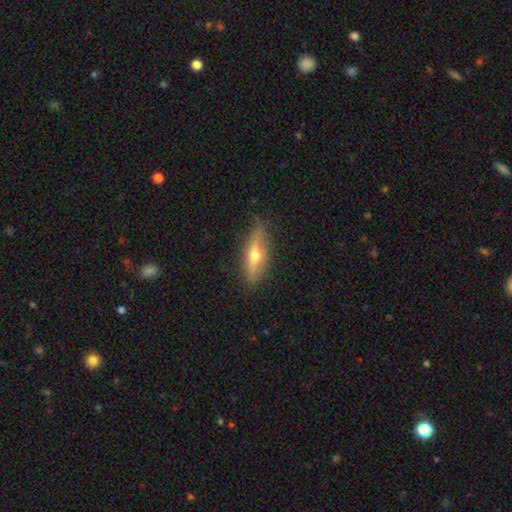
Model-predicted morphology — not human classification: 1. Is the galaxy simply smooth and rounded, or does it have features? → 58% featured or disk, 35% smooth, 7% star or artifact.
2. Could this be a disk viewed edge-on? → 89% yes, 11% no.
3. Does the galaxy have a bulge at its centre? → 93% rounded, 4% none, 3% boxy.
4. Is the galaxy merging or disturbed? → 83% none, 13% minor disturbance, 3% major disturbance, 1% merger.